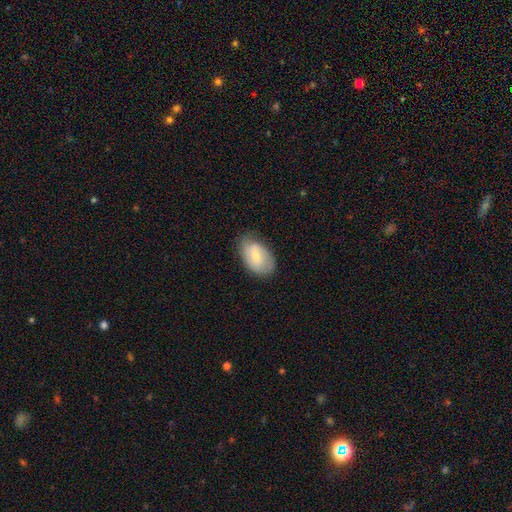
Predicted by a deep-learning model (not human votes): A smooth galaxy with no disk features (54%) that is in between round and cigar-shaped (88%).

Vote fractions:
- Smooth or featured? smooth: 54% / featured or disk: 39% / star or artifact: 6%
- How rounded? in between: 88% / round: 10% / cigar-shaped: 1%
- Merging? none: 68% / minor disturbance: 25% / major disturbance: 6% / merger: 1%